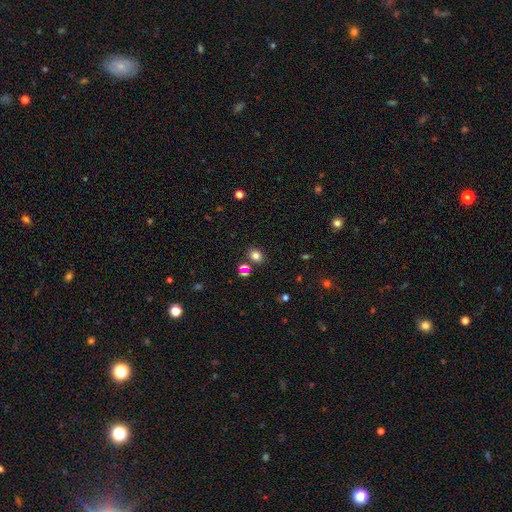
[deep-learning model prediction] Smooth or featured: smooth — 78% (star or artifact — 15%)
How rounded: round — 54% (in between — 45%)
Merging: none — 78% (minor disturbance — 9%)